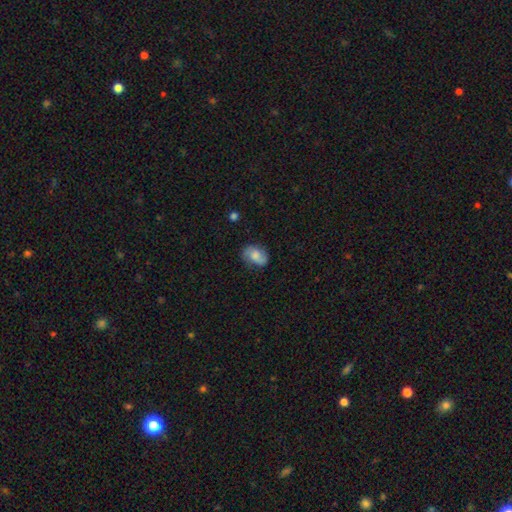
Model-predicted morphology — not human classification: smooth 55%, featured or disk 37%, star or artifact 8%. Down the decision tree: how rounded — in between (75%); merging — none (70%).